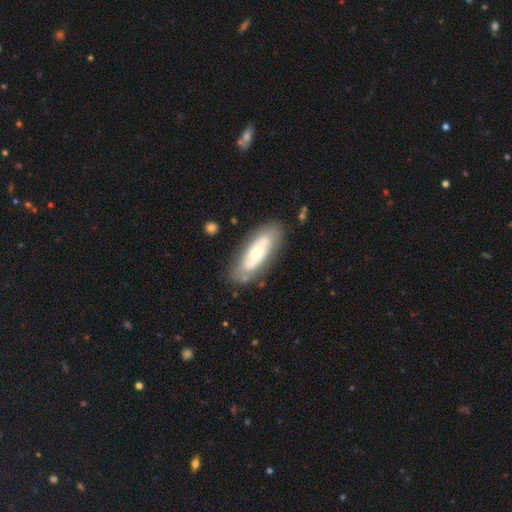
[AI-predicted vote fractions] featured or disk 55%, smooth 40%, star or artifact 6%. Down the decision tree: edge-on disk — no (81%); merging — none (80%).